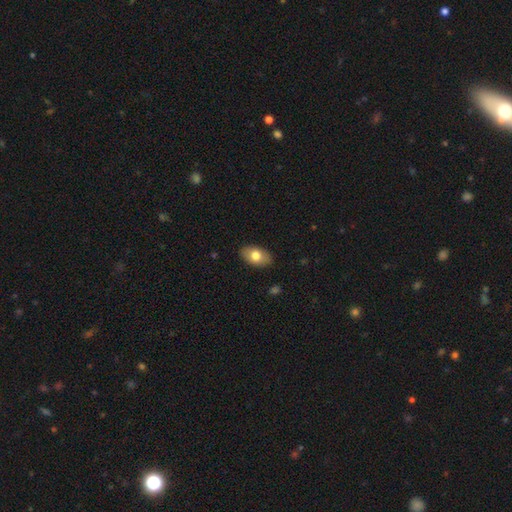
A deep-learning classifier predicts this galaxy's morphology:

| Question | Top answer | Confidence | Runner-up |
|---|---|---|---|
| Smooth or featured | smooth | 75% | featured or disk (18%) |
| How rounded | in between | 91% | round (8%) |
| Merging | none | 87% | minor disturbance (10%) |